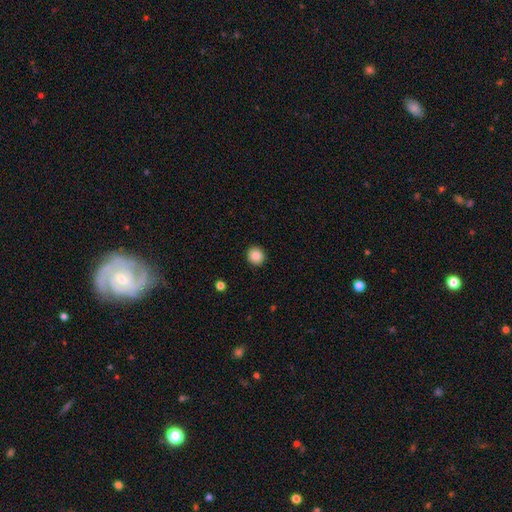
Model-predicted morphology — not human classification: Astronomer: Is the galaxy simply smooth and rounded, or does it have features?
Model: smooth — 87%.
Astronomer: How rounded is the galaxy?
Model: round — 88%.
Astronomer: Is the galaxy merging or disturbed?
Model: none — 92%.